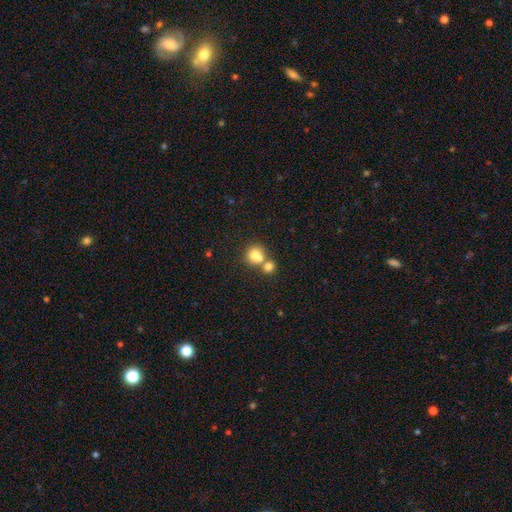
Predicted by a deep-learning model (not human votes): smooth 76%, featured or disk 13%, star or artifact 11%. Down the decision tree: how rounded — round (79%); merging — merger (53%).